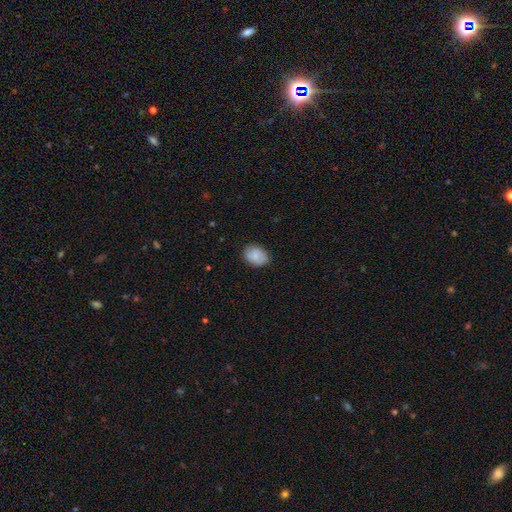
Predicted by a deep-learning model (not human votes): Q: Smooth or featured?
A: smooth (80%); runner-up: featured or disk (12%)
Q: How rounded?
A: in between (73%); runner-up: round (26%)
Q: Merging?
A: none (82%); runner-up: minor disturbance (14%)